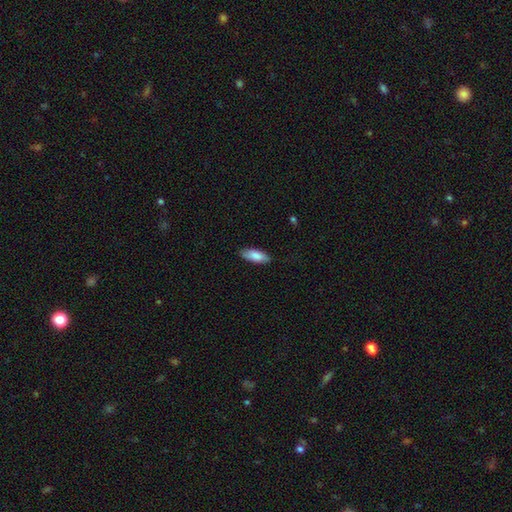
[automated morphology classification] smooth 85%, featured or disk 9%, star or artifact 6%. Down the decision tree: how rounded — in between (75%); merging — none (85%).